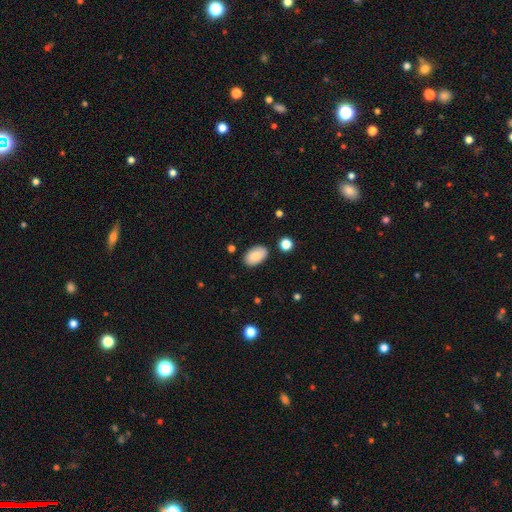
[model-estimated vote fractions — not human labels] smooth 87%, star or artifact 7%, featured or disk 6%. Down the decision tree: how rounded — in between (93%); merging — none (85%).